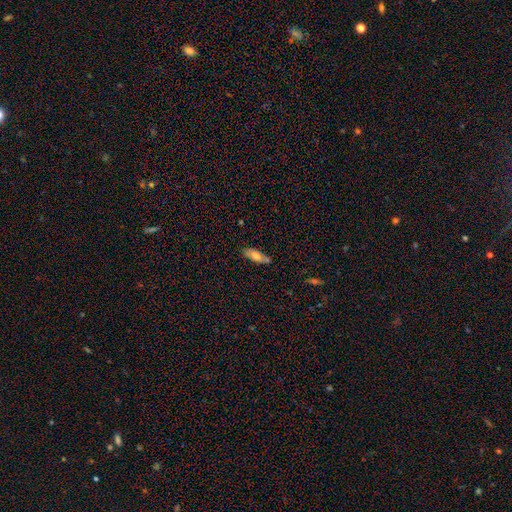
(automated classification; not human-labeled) The model was most divided on "merging": none: 65%, minor disturbance: 21%, merger: 10%, major disturbance: 4%. More confident: how rounded — in between (78%); smooth or featured — smooth (69%).